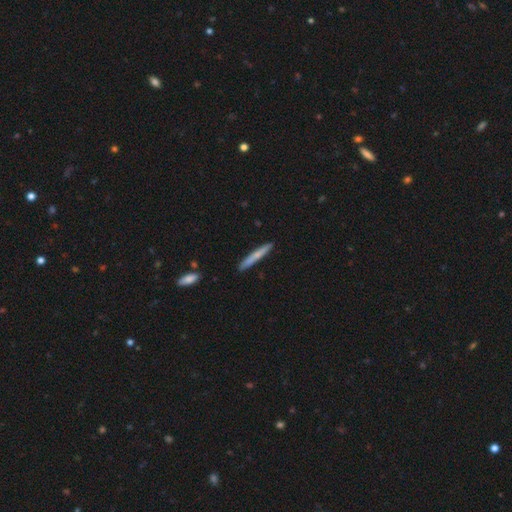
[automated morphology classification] smooth-or-featured: smooth: 65% | featured or disk: 30% | star or artifact: 6%
  how-rounded: cigar-shaped: 95% | in between: 3% | round: 1%
  merging: none: 90% | minor disturbance: 7% | merger: 2% | major disturbance: 1%